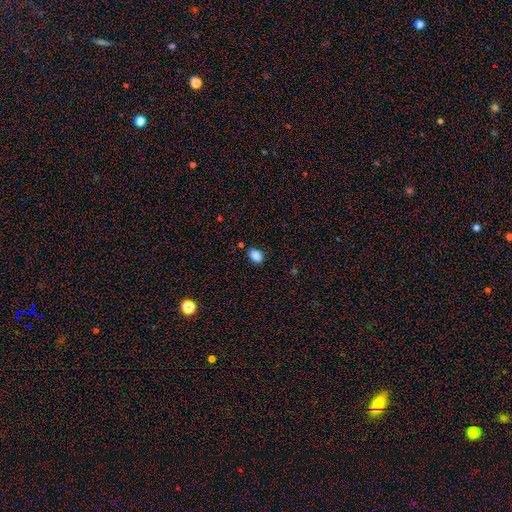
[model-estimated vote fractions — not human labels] A smooth galaxy with no disk features (86%) that is in between round and cigar-shaped (82%).

Vote fractions:
- Smooth or featured? smooth: 86% / star or artifact: 10% / featured or disk: 4%
- How rounded? in between: 82% / round: 16% / cigar-shaped: 2%
- Merging? none: 83% / minor disturbance: 12% / merger: 3% / major disturbance: 3%